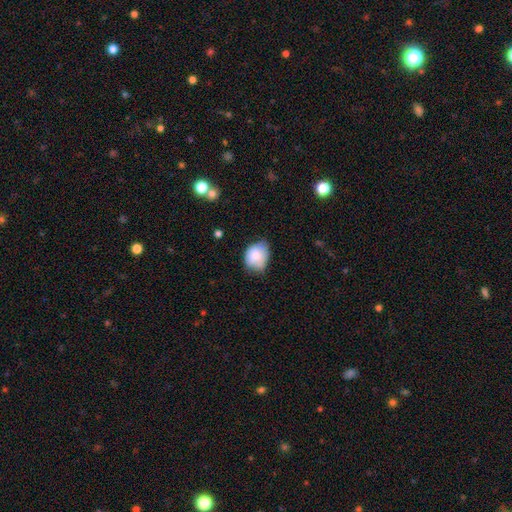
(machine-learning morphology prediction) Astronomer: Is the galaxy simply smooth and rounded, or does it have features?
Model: smooth — 79%.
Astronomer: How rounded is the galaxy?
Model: in between — 51% (runner-up: round, 48%).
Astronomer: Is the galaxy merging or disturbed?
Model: none — 50% (runner-up: minor disturbance, 38%).